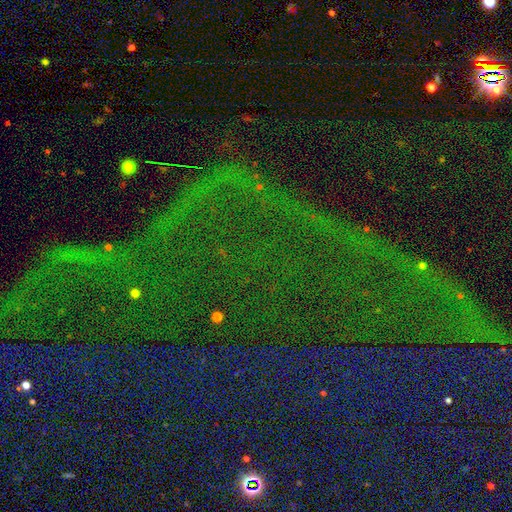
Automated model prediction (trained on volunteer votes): This is clearly a star or artifact rather than a galaxy (81%).